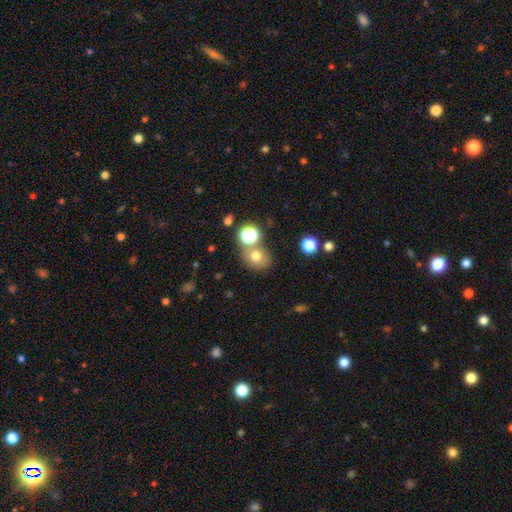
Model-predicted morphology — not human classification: This is likely a smooth galaxy (71%). How rounded: likely round (68%). Merging: likely none (63%).